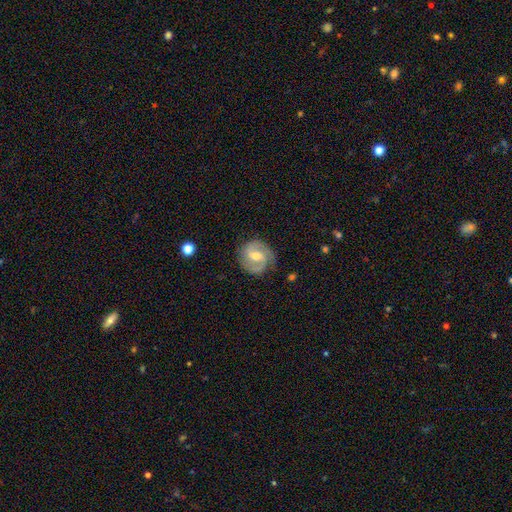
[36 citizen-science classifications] Smooth or featured? featured or disk (89%)
Edge-on disk? no (97%)
Bar? weak (61%)
Spiral arms? yes (100%)
Spiral winding? medium (58%)
Spiral arm count? 2 (84%)
Bulge size? moderate (48%)
Merging? none (86%)